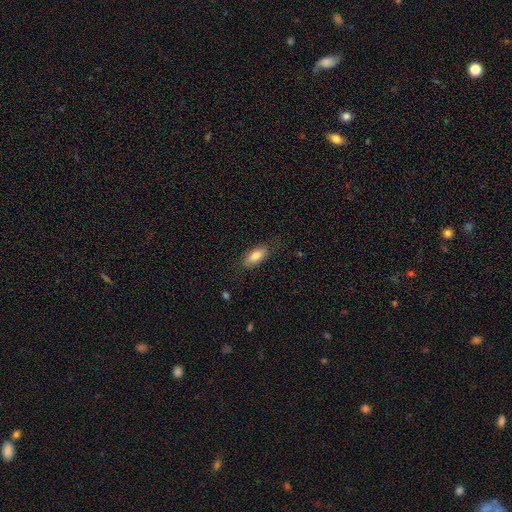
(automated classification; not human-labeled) Morphology: type=smooth (79%); roundness=in between (85%); merging=none (75%).